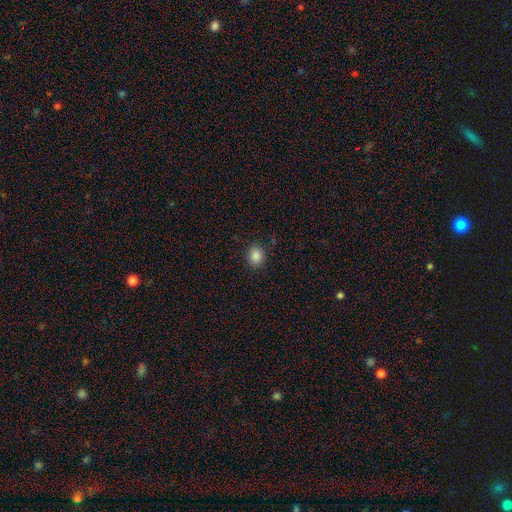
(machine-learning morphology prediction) Smooth or featured? smooth (86%)
How rounded? round (76%)
Merging? none (88%)